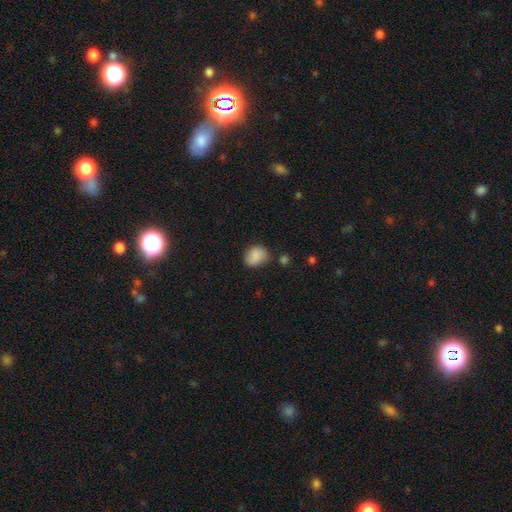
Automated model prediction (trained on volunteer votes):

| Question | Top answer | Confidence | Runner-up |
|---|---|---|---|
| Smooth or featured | smooth | 86% | star or artifact (8%) |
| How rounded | round | 52% | in between (47%) |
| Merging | none | 68% | minor disturbance (22%) |